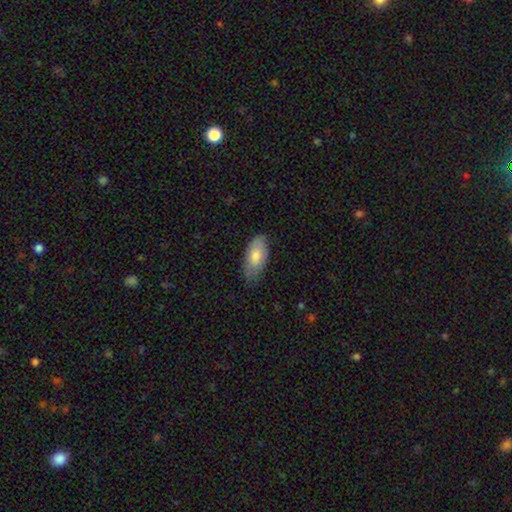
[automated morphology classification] A smooth galaxy with no disk features (77%) that is in between round and cigar-shaped (90%). Merging: none (67%).